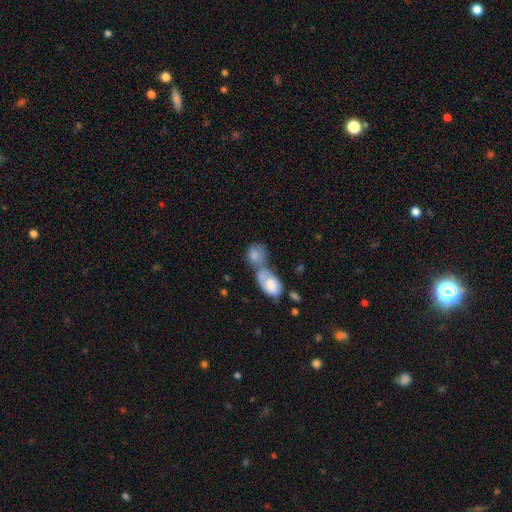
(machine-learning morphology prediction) type=smooth (78%); roundness=in between (57%); merging=merger (72%).